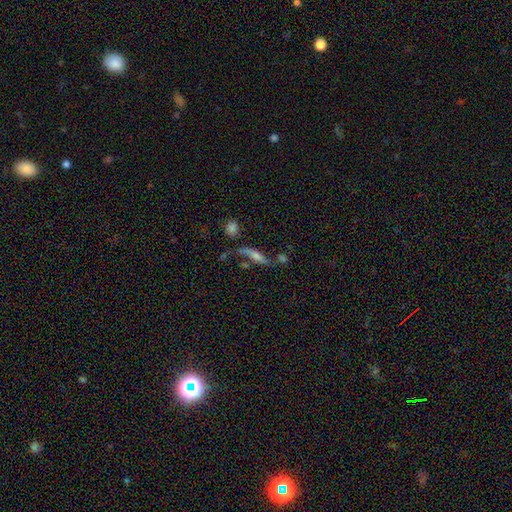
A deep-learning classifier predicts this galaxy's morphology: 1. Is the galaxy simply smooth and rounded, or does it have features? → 62% featured or disk, 24% smooth, 14% star or artifact.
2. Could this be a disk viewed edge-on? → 53% yes, 47% no.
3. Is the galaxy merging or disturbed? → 52% none, 19% minor disturbance, 15% merger, 13% major disturbance.